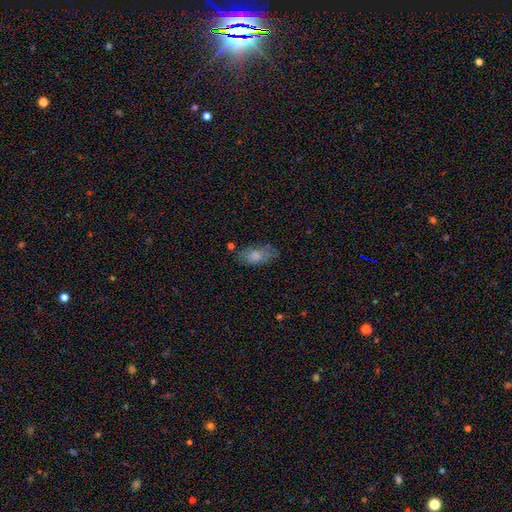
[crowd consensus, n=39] Volunteers were most divided on "smooth or featured": smooth: 69%, featured or disk: 21%, star or artifact: 10%. More confident: how rounded — in between (89%); merging — none (83%).